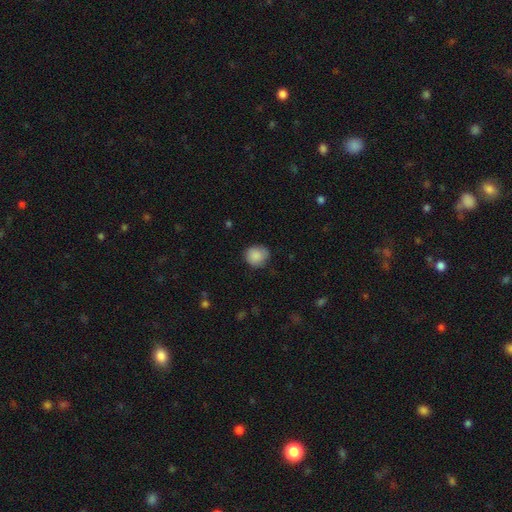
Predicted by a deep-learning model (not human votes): A smooth galaxy with no disk features (86%) that is round (83%). Merging: none (75%).